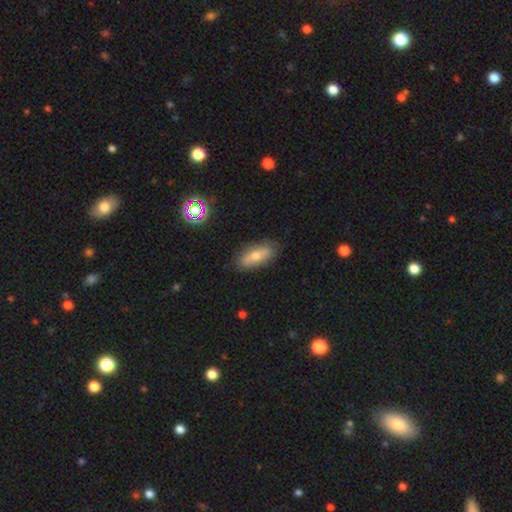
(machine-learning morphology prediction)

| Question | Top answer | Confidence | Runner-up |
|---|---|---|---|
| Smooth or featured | smooth | 60% | featured or disk (31%) |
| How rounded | in between | 71% | cigar-shaped (25%) |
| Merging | none | 84% | minor disturbance (12%) |